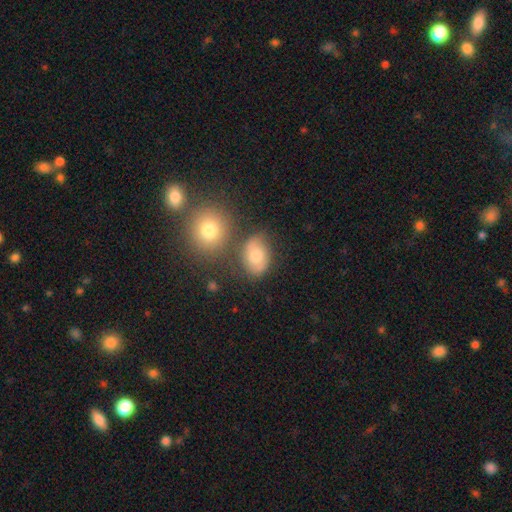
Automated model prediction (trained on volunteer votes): Smooth or featured?
  - smooth: 65% *
  - featured or disk: 23%
  - star or artifact: 13%
How rounded?
  - in between: 68% *
  - round: 30%
  - cigar-shaped: 1%
Merging?
  - none: 66% *
  - minor disturbance: 17%
  - merger: 11%
  - major disturbance: 6%